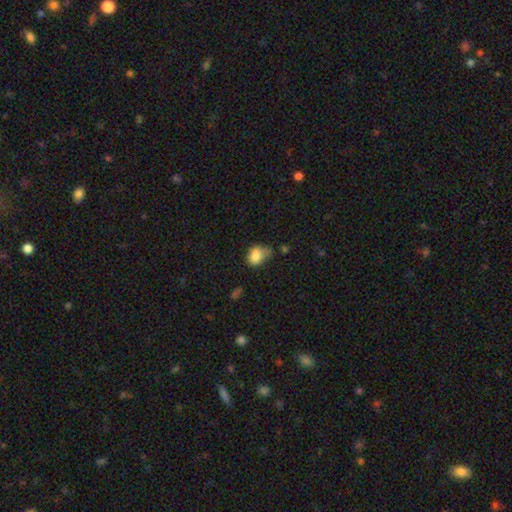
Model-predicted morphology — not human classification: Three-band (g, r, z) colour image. It shows a smooth galaxy with no disk features (81%) that is in between round and cigar-shaped (62%). Merging: minor disturbance (41%).